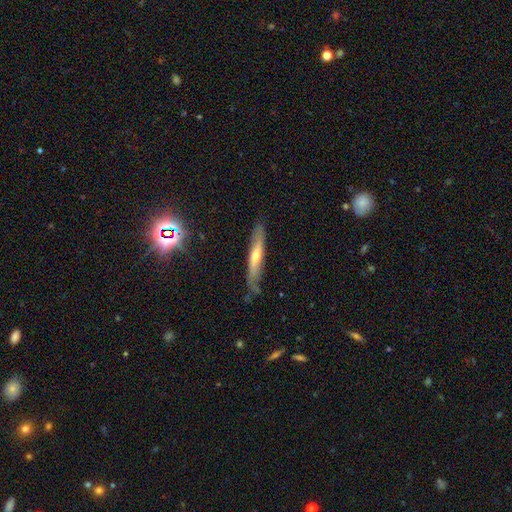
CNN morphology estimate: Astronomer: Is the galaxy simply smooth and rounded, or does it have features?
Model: featured or disk — 57% (runner-up: smooth, 34%).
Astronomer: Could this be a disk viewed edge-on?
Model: yes — 81%.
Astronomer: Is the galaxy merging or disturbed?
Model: none — 78%.